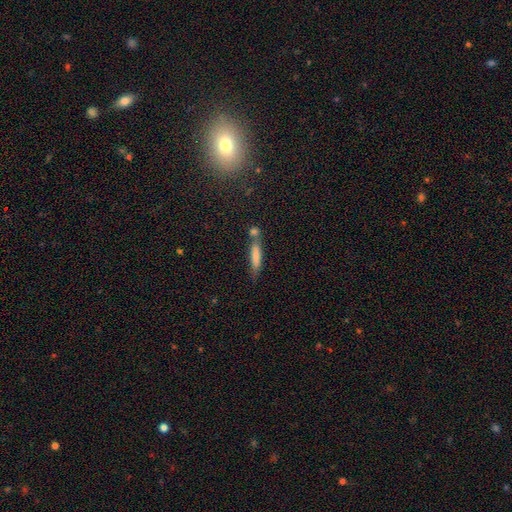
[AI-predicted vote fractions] Q: Smooth or featured?
A: smooth (73%); runner-up: featured or disk (19%)
Q: How rounded?
A: cigar-shaped (85%); runner-up: in between (13%)
Q: Merging?
A: none (54%); runner-up: merger (26%)